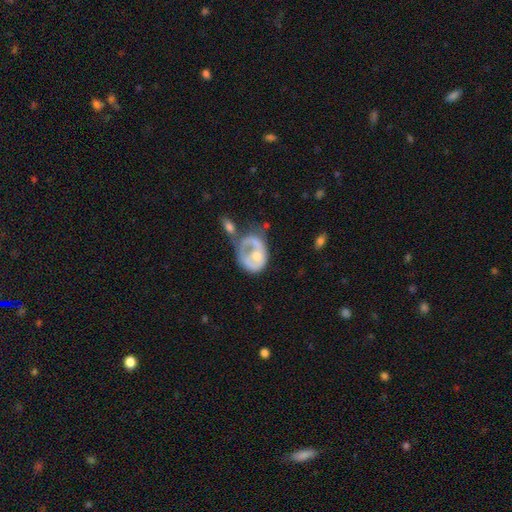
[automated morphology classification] Smooth or featured? Predicted: featured or disk (p=0.54). Edge-on disk? Predicted: no (p=0.97). Bar? Predicted: no (p=0.84). Spiral arms? Predicted: no (p=0.69). Bulge size? Predicted: moderate (p=0.54). Merging? Predicted: major disturbance (p=0.37).